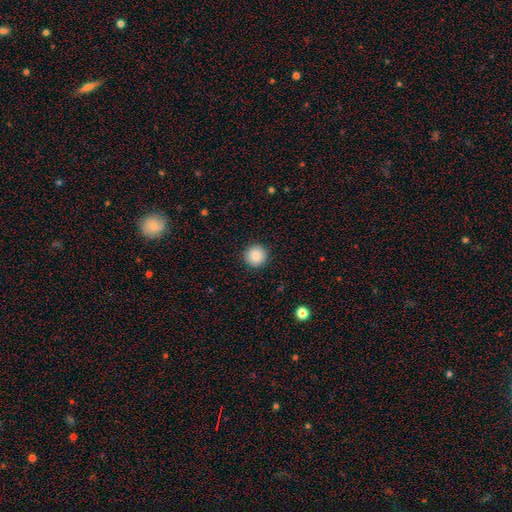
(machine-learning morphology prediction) This is clearly a smooth galaxy (87%). How rounded: clearly round (95%). Merging: clearly none (92%).